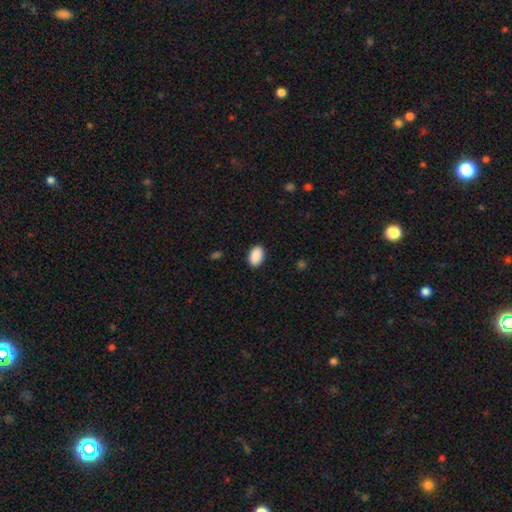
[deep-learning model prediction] A smooth galaxy with no disk features (91%) that is in between round and cigar-shaped (92%). Merging: none (89%).